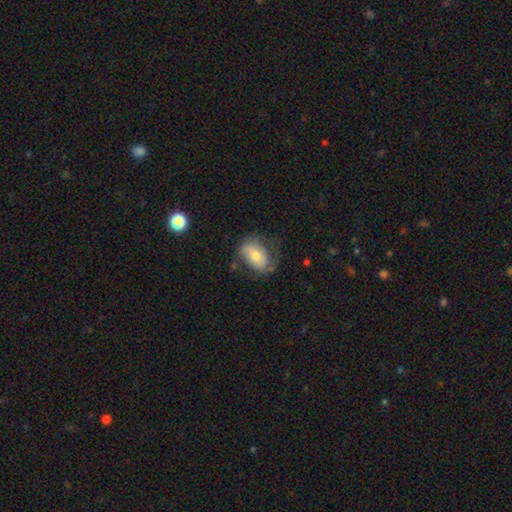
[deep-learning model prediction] smooth_or_featured: smooth (p=0.58) [alt: featured or disk p=0.34]
how_rounded: in between (p=0.84) [alt: round p=0.14]
merging: none (p=0.49) [alt: minor disturbance p=0.29]